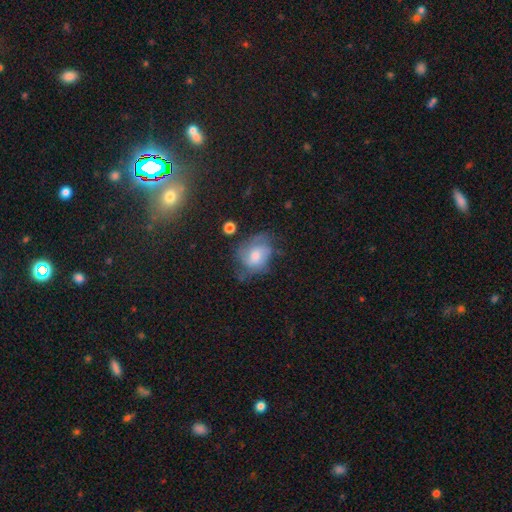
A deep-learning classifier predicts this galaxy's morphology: A featured or disk galaxy (54%) with no bar (64%), spiral arms (80%) and a moderate central bulge (55%). Merging: none (55%).